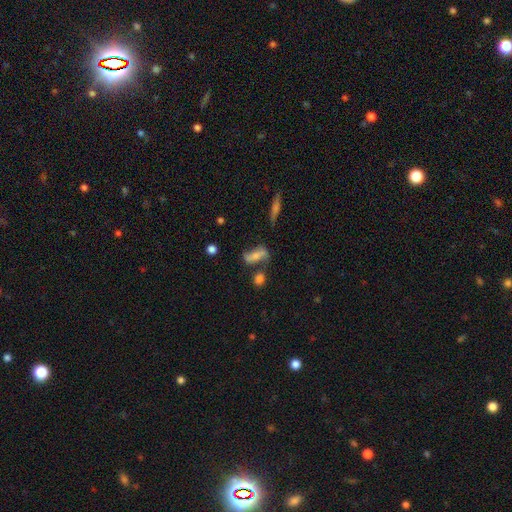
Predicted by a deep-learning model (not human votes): Smooth or featured: featured or disk — 53% (smooth — 35%)
Edge-on disk: no — 88% (yes — 12%)
Merging: none — 49% (minor disturbance — 20%)